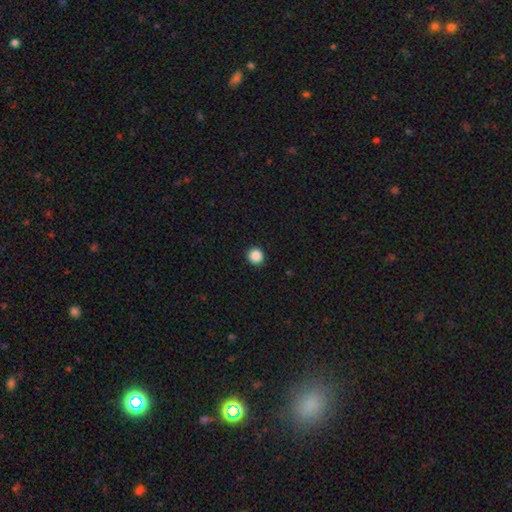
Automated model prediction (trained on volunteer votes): Smooth or featured?
  - smooth: 88% *
  - star or artifact: 10%
  - featured or disk: 2%
How rounded?
  - round: 94% *
  - in between: 5%
  - cigar-shaped: 1%
Merging?
  - none: 93% *
  - minor disturbance: 4%
  - major disturbance: 1%
  - merger: 1%